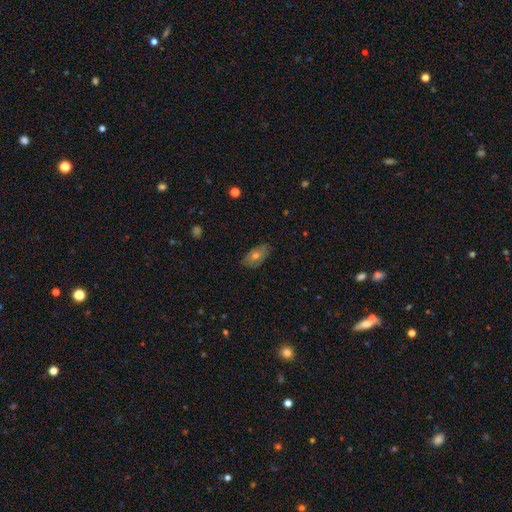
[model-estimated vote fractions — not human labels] Smooth or featured? smooth (51%)
How rounded? in between (87%)
Merging? none (79%)